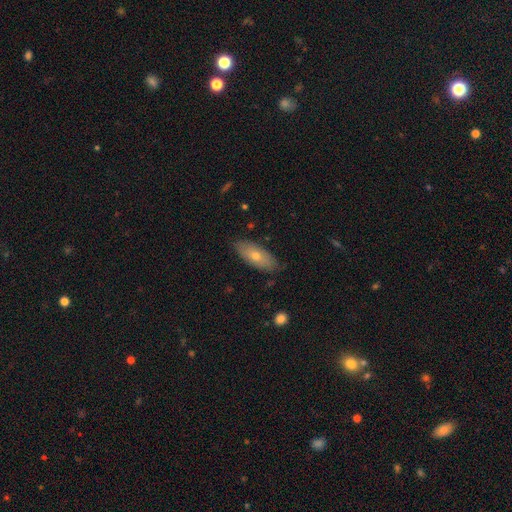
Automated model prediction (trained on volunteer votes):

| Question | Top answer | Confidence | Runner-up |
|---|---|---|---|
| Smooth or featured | smooth | 61% | featured or disk (32%) |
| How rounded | in between | 76% | cigar-shaped (21%) |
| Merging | none | 83% | minor disturbance (13%) |